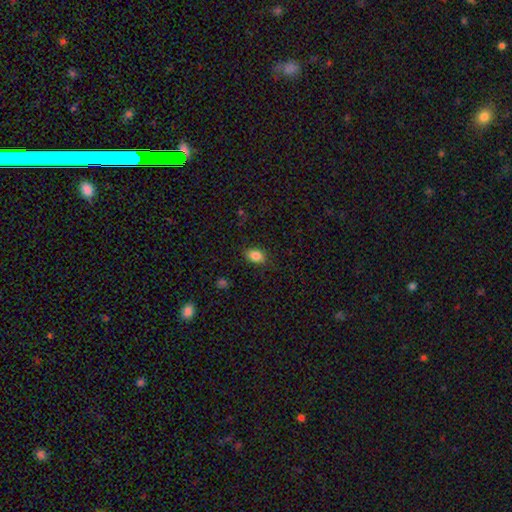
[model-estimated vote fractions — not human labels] The model was most divided on "how rounded": in between: 82%, round: 17%, cigar-shaped: 1%. More confident: smooth or featured — smooth (85%); merging — none (85%).